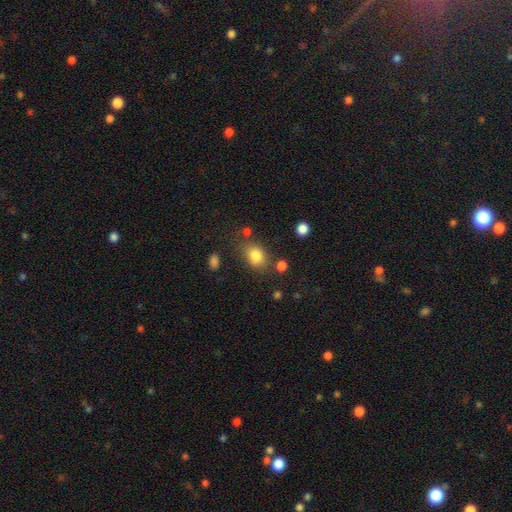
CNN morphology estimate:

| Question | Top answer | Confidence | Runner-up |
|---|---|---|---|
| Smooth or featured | smooth | 82% | star or artifact (10%) |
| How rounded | in between | 66% | round (33%) |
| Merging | none | 69% | minor disturbance (17%) |